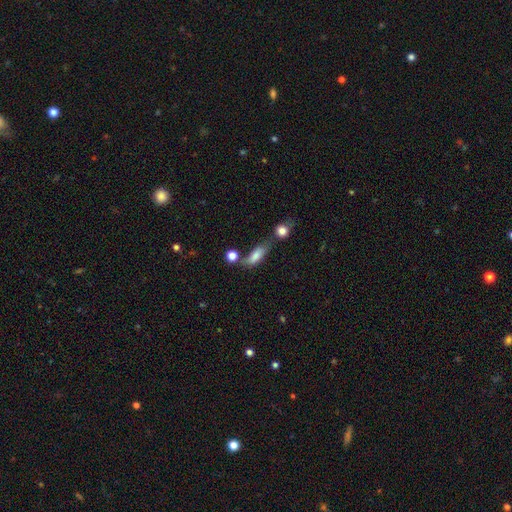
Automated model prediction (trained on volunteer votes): Overall: smooth (75%). How rounded: in between (69%). Merging: none (39%; merger 27%).